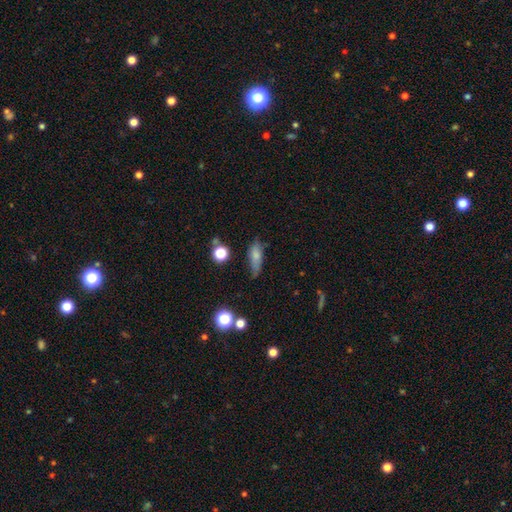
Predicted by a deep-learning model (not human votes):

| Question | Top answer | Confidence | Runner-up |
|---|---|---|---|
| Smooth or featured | smooth | 72% | featured or disk (17%) |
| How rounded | in between | 59% | cigar-shaped (36%) |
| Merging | none | 53% | minor disturbance (33%) |